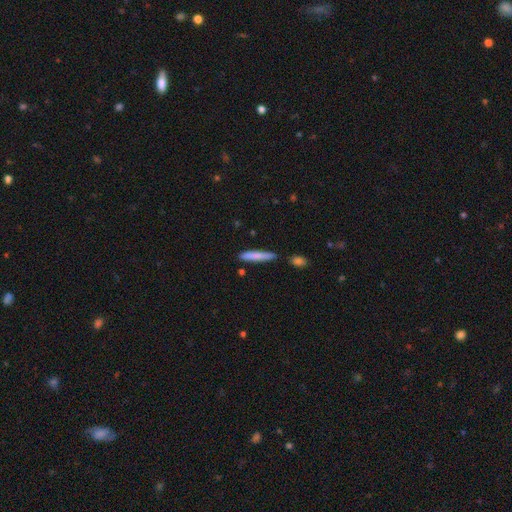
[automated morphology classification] Smooth or featured? smooth (75%)
How rounded? cigar-shaped (92%)
Merging? none (81%)